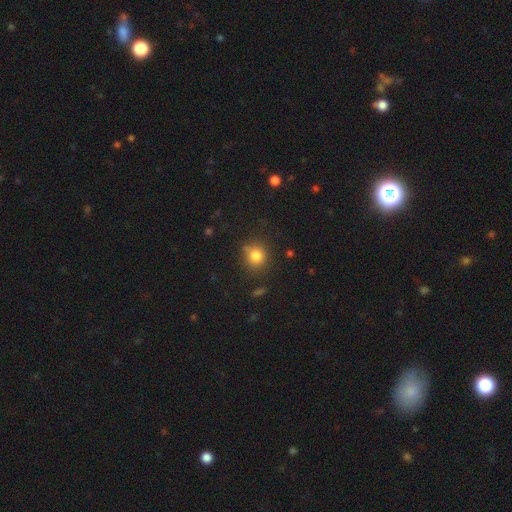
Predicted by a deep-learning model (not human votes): A smooth galaxy with no disk features (83%) that is round (87%).

Vote fractions:
- Smooth or featured? smooth: 83% / star or artifact: 12% / featured or disk: 6%
- How rounded? round: 87% / in between: 12% / cigar-shaped: 1%
- Merging? none: 79% / minor disturbance: 14% / major disturbance: 4% / merger: 3%